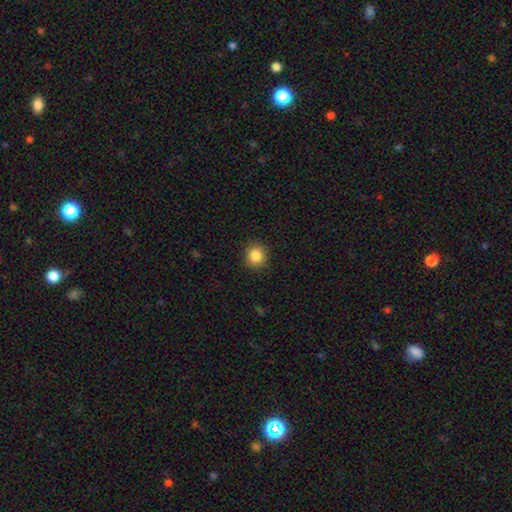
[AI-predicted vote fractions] Smooth or featured?
  - smooth: 85% *
  - star or artifact: 10%
  - featured or disk: 5%
How rounded?
  - round: 88% *
  - in between: 11%
  - cigar-shaped: 1%
Merging?
  - none: 91% *
  - minor disturbance: 6%
  - major disturbance: 2%
  - merger: 1%